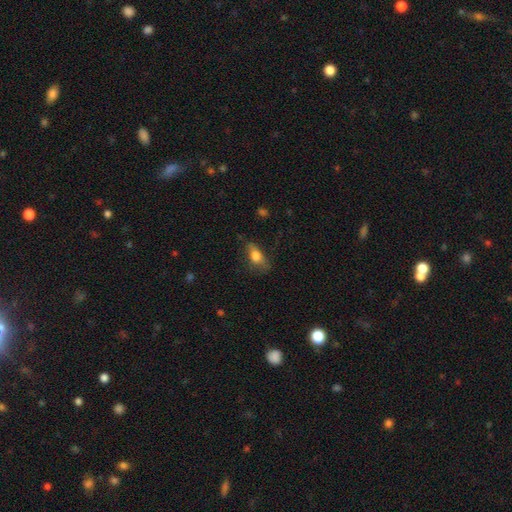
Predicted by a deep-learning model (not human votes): The model was most divided on "merging": none: 55%, minor disturbance: 28%, major disturbance: 15%, merger: 2%. More confident: how rounded — in between (76%); smooth or featured — smooth (69%).